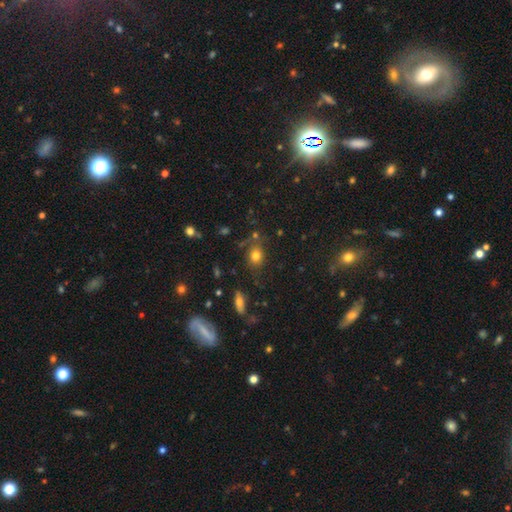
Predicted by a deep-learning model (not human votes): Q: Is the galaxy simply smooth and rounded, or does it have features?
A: smooth — 76%.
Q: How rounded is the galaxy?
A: round — 54%.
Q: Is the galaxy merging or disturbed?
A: none — 71%.